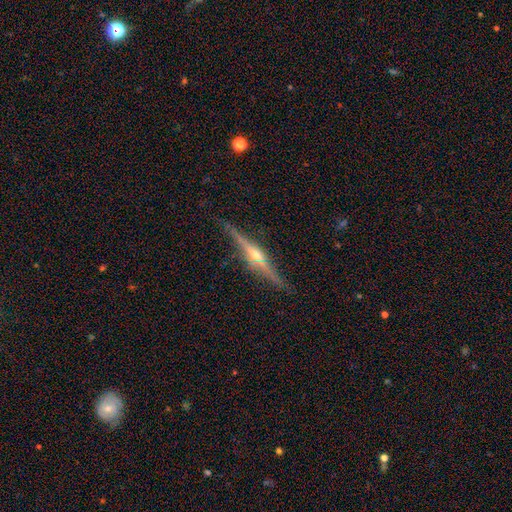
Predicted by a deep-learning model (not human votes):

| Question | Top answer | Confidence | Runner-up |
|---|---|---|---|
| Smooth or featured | featured or disk | 84% | smooth (9%) |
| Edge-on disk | yes | 98% | no (2%) |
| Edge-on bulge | rounded | 91% | none (5%) |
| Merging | none | 88% | minor disturbance (9%) |